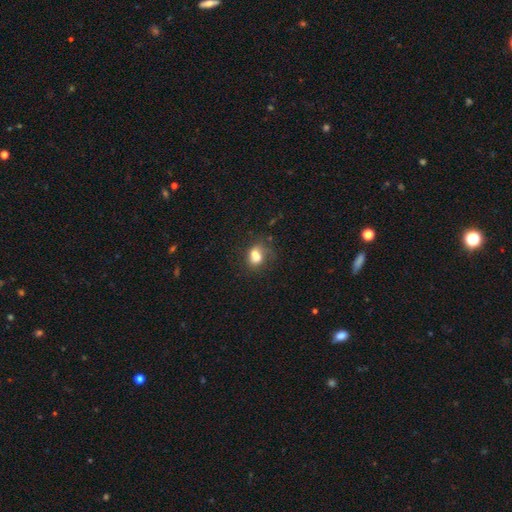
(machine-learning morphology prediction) type=smooth (70%); roundness=in between (60%); merging=none (36%).